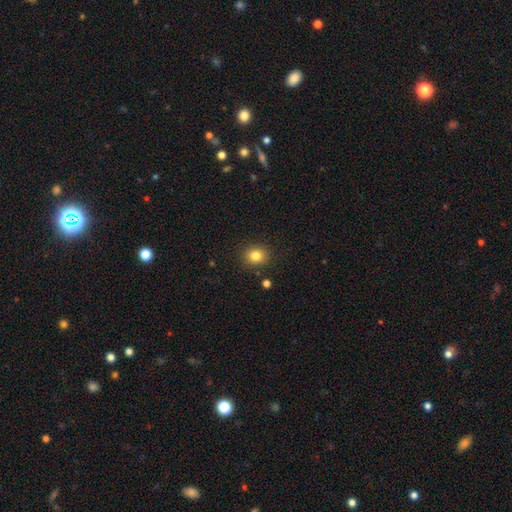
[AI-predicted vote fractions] The model was most divided on "how rounded": round: 70%, in between: 29%, cigar-shaped: 1%. More confident: merging — none (88%); smooth or featured — smooth (83%).